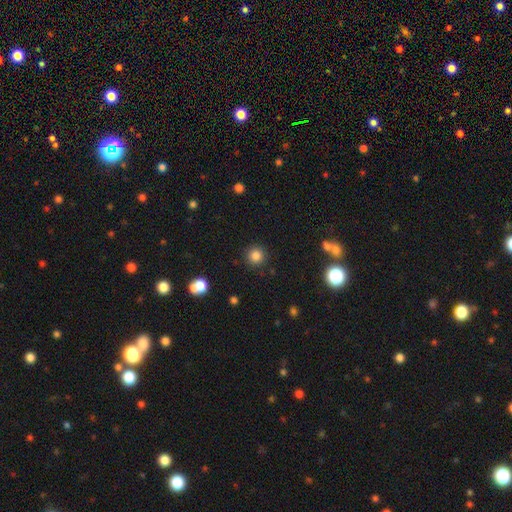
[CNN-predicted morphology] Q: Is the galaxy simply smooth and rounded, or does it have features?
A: smooth — 83%.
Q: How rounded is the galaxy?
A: round — 94%.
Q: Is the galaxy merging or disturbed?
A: none — 90%.